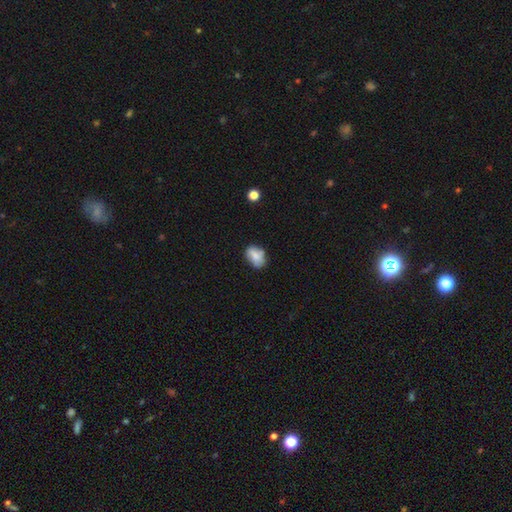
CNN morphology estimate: Overall: smooth (70%). How rounded: in between (81%). Merging: none (58%; minor disturbance 28%).